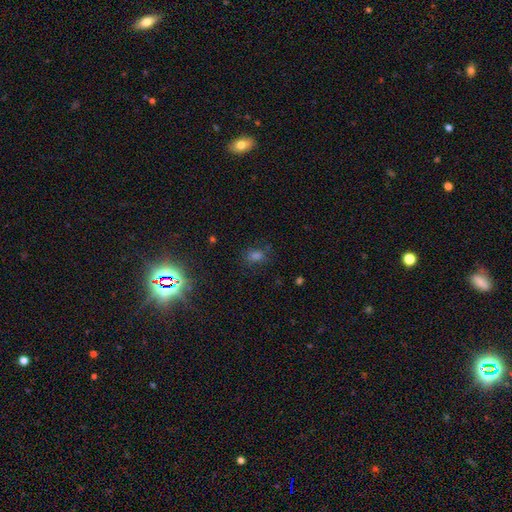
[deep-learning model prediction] This is possibly a star or artifact rather than a galaxy (46%).